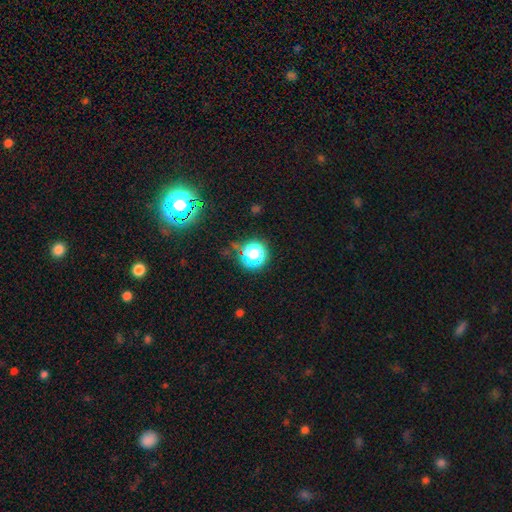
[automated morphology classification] A star or artifact, not a galaxy (48%).

Vote fractions:
- Smooth or featured? star or artifact: 48% / smooth: 44% / featured or disk: 8%